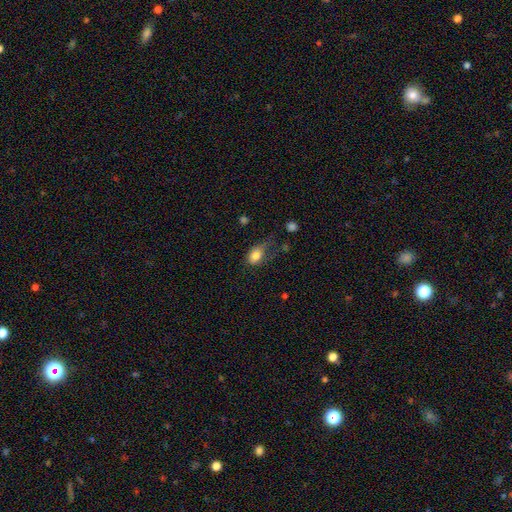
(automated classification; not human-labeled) A smooth galaxy with no disk features (81%) that is in between round and cigar-shaped (76%). Merging: none (40%).